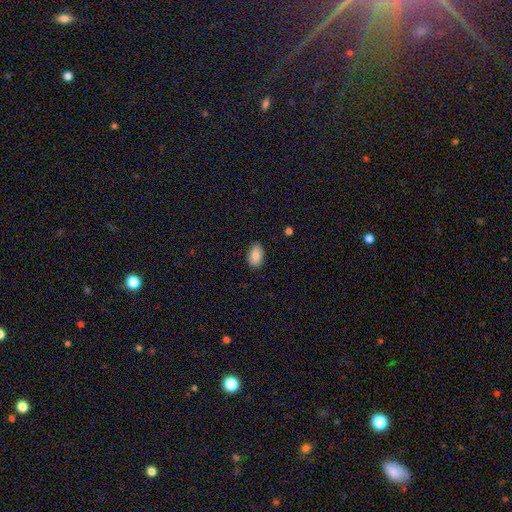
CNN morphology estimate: type=smooth (87%); roundness=in between (88%); merging=none (80%).